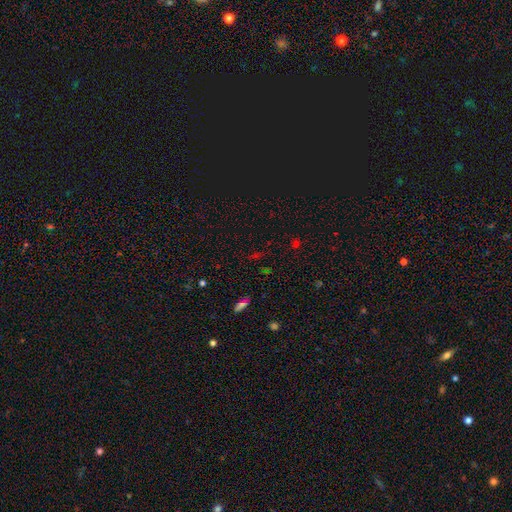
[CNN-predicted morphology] smooth_or_featured: star or artifact (p=0.57) [alt: smooth p=0.33]